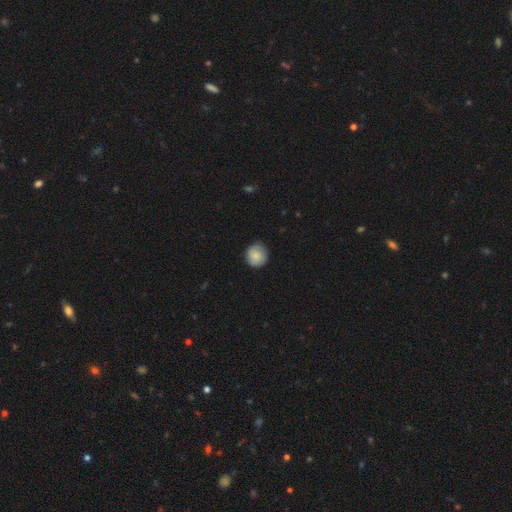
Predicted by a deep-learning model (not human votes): This is clearly a smooth galaxy (84%). How rounded: clearly round (89%). Merging: clearly none (85%).